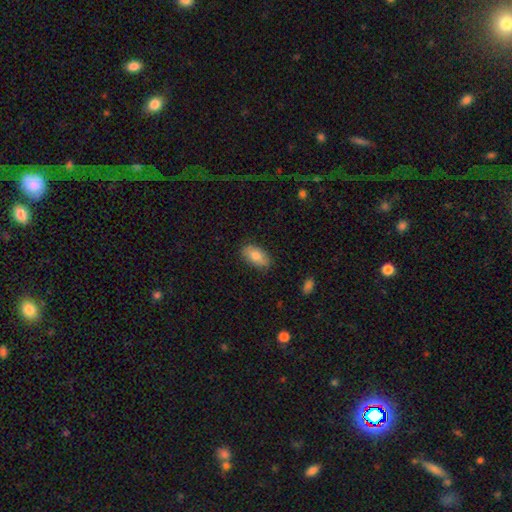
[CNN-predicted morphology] This appears to be a smooth galaxy with no disk features (78%) that is in between round and cigar-shaped (92%). Merging: none (83%).